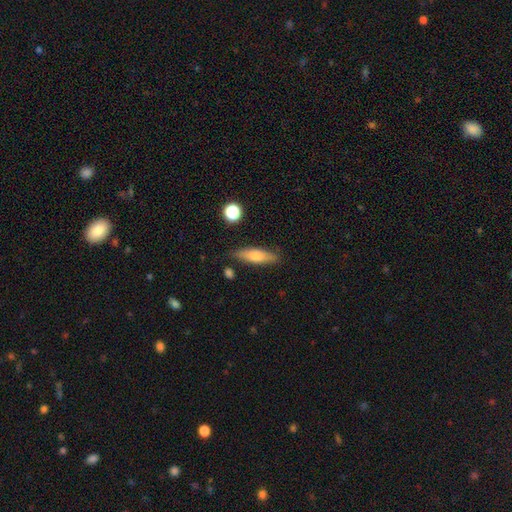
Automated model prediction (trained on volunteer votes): A smooth galaxy with no disk features (59%) that is cigar-shaped (62%). Merging: none (84%).